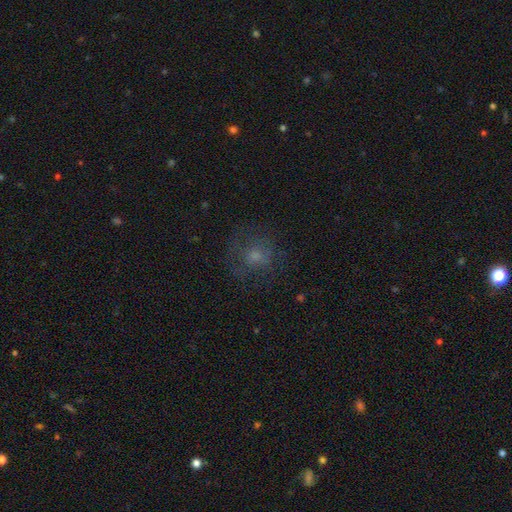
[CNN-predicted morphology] type=smooth (55%); roundness=round (80%); merging=none (67%).